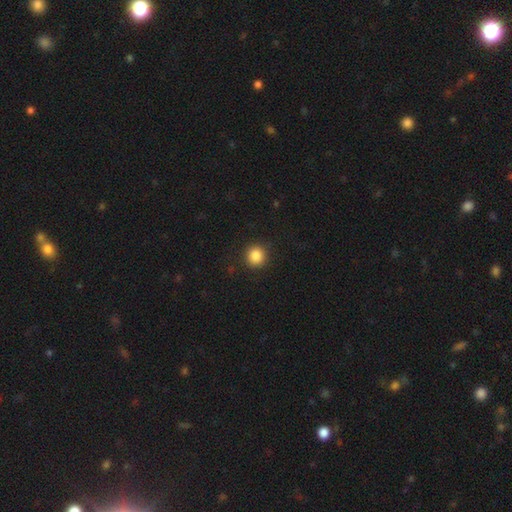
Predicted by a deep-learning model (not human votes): Morphology: type=smooth (86%); roundness=round (92%); merging=none (91%).